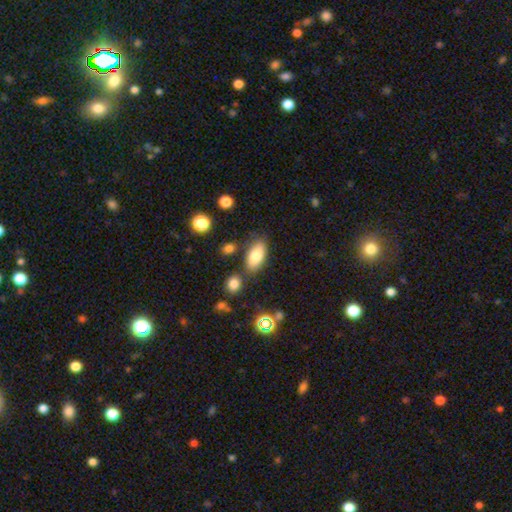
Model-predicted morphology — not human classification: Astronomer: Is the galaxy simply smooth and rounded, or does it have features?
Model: smooth — 80%.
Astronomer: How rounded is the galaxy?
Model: in between — 90%.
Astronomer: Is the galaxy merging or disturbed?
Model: none — 75%.